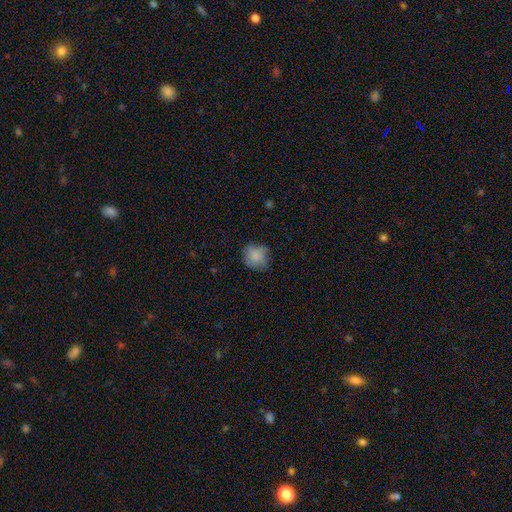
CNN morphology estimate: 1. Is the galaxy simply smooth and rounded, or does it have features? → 83% smooth, 9% featured or disk, 8% star or artifact.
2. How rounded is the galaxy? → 72% round, 27% in between, 1% cigar-shaped.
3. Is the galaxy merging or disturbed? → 67% none, 25% minor disturbance, 6% major disturbance, 1% merger.